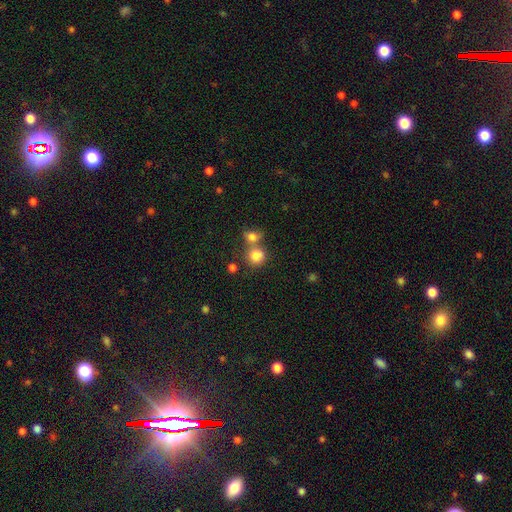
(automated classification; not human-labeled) smooth 82%, star or artifact 11%, featured or disk 7%. Down the decision tree: how rounded — round (81%); merging — none (48%).